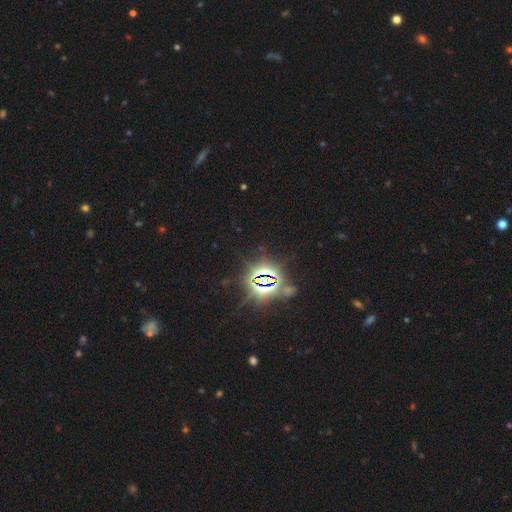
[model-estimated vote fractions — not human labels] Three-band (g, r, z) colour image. It shows a star or artifact, not a galaxy (81%).